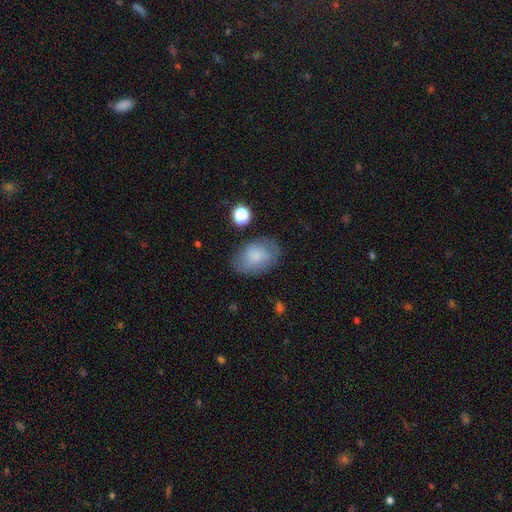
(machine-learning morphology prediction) Smooth or featured? Predicted: smooth (p=0.75). How rounded? Predicted: in between (p=0.83). Merging? Predicted: none (p=0.72).